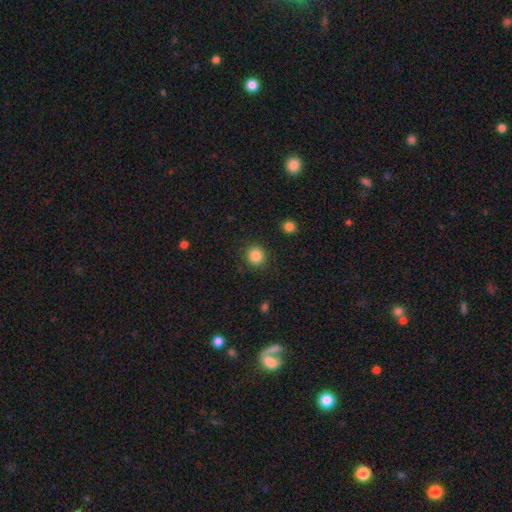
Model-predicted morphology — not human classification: Smooth or featured? Predicted: smooth (p=0.85). How rounded? Predicted: round (p=0.91). Merging? Predicted: none (p=0.89).